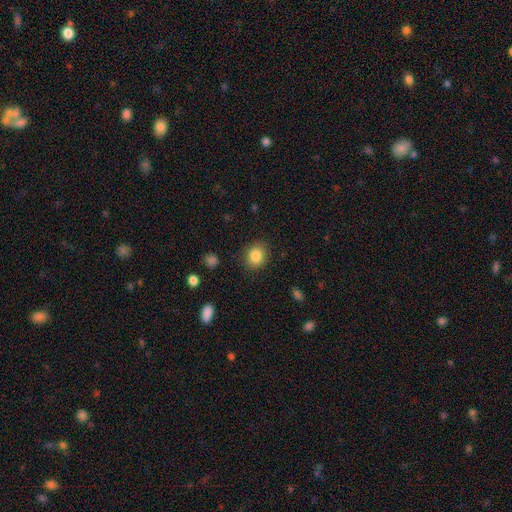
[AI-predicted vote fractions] smooth 84%, star or artifact 10%, featured or disk 6%. Down the decision tree: how rounded — round (71%); merging — none (87%).